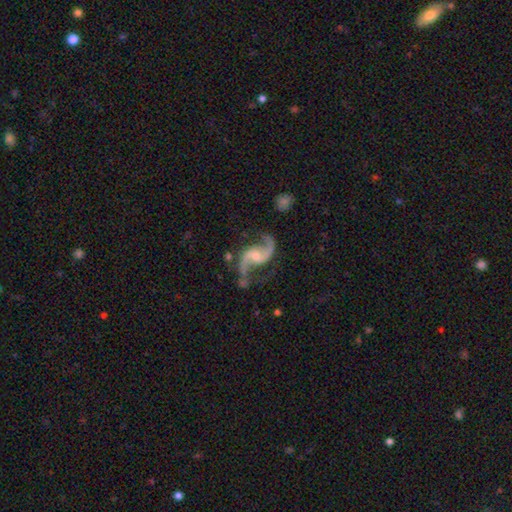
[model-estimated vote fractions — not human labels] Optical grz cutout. It shows a featured or disk galaxy (92%) with no bar (48%), 2 (94%) loose (68%) spiral arms (98%) and a small central bulge (54%). Merging: none (70%).